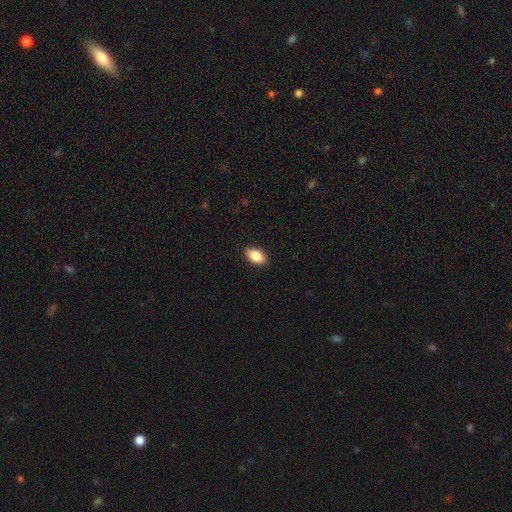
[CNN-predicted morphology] Smooth or featured? Predicted: smooth (p=0.86). How rounded? Predicted: in between (p=0.91). Merging? Predicted: none (p=0.89).